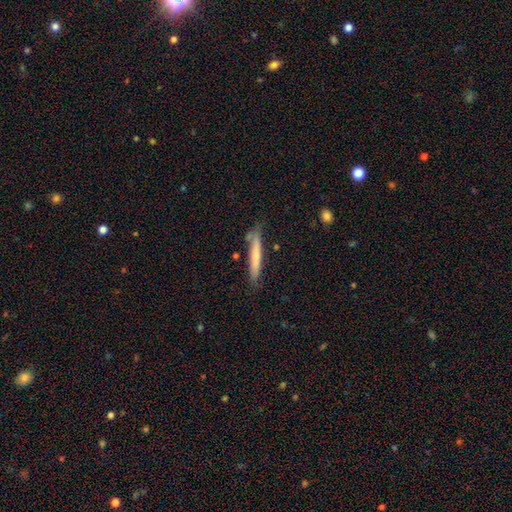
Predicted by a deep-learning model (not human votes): smooth-or-featured: smooth: 63% | featured or disk: 31% | star or artifact: 6%
  how-rounded: cigar-shaped: 93% | in between: 5% | round: 1%
  merging: none: 76% | minor disturbance: 17% | merger: 4% | major disturbance: 3%